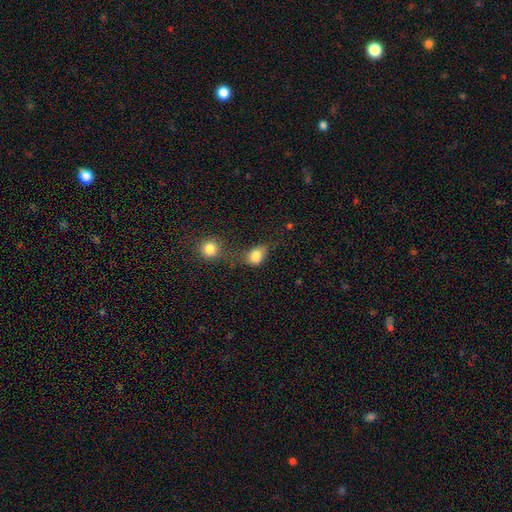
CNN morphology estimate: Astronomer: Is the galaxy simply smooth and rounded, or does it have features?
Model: smooth — 81%.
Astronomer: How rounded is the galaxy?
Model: in between — 68%.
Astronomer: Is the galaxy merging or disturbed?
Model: none — 34% (runner-up: merger, 27%).